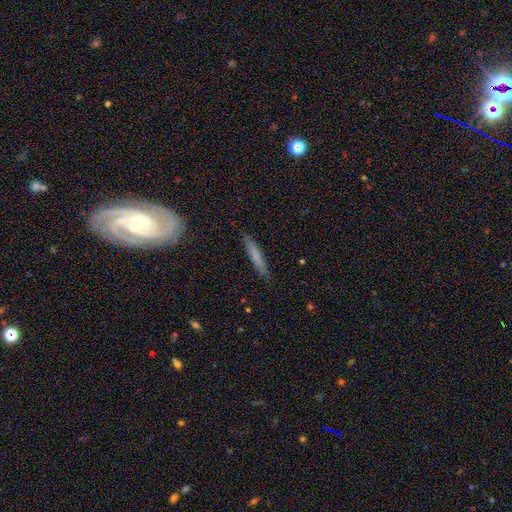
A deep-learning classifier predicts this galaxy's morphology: Overall: smooth (70%). How rounded: cigar-shaped (93%). Merging: none (87%).